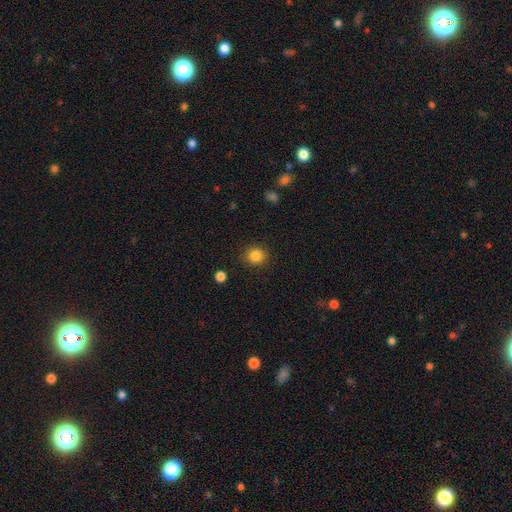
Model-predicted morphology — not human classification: This appears to be a smooth galaxy with no disk features (85%) that is round (88%). Merging: none (90%).